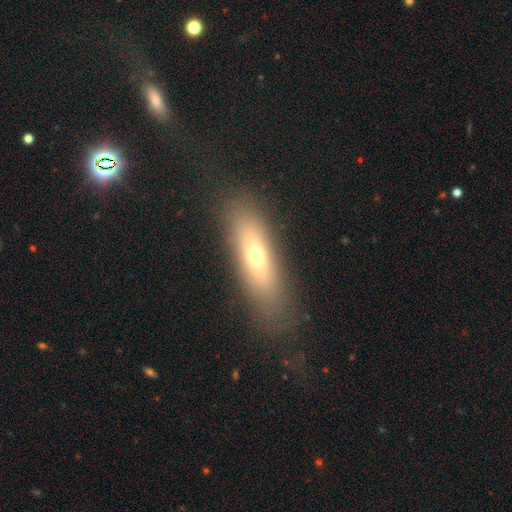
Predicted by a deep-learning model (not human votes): Morphology: type=smooth (58%); roundness=cigar-shaped (54%); merging=none (76%).